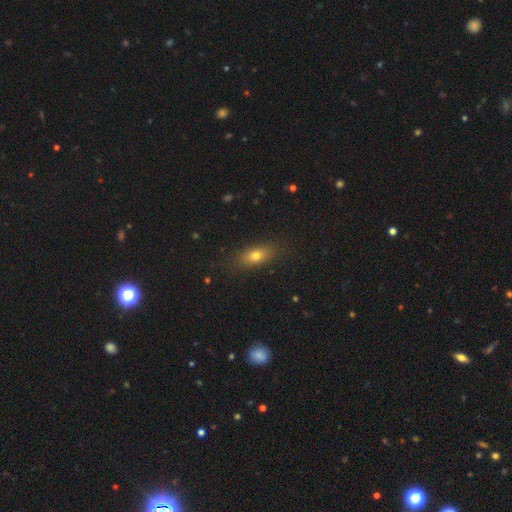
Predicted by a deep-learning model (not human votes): Overall: smooth (73%). How rounded: in between (74%). Merging: none (84%).